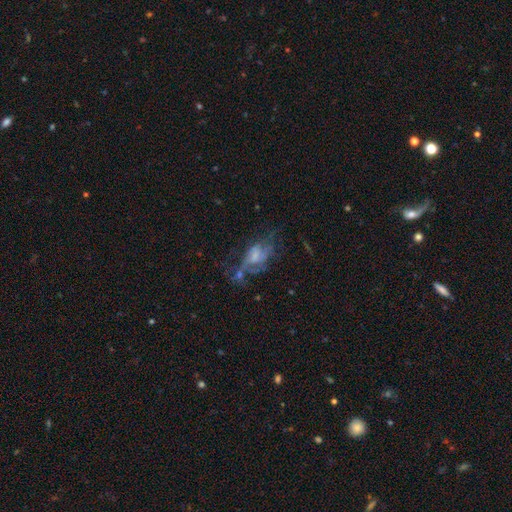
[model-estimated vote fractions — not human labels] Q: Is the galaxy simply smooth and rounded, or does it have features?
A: featured or disk — 63%.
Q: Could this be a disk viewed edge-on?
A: no — 94%.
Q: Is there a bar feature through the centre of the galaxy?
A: no — 61%.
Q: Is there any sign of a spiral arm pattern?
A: yes — 61%.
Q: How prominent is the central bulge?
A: small — 32%.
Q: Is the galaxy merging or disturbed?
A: major disturbance — 41%.